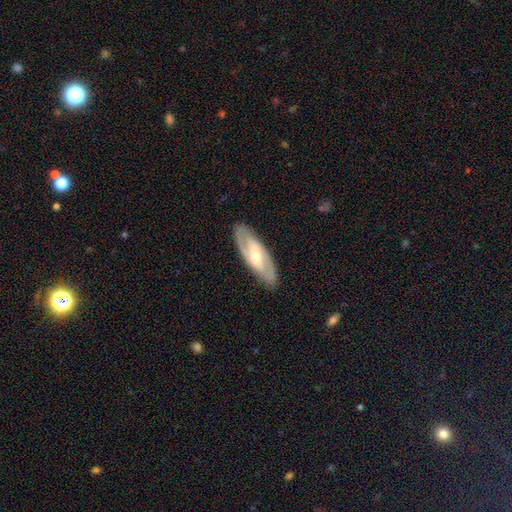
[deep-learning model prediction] Smooth or featured: featured or disk — 75% (smooth — 20%)
Edge-on disk: no — 85% (yes — 15%)
Bar: strong — 42% (weak — 39%)
Spiral arms: yes — 79% (no — 21%)
Spiral winding: medium — 43% (tight — 40%)
Spiral arm count: 2 — 81% (can't tell — 13%)
Bulge size: moderate — 48% (small — 47%)
Merging: none — 88% (minor disturbance — 9%)